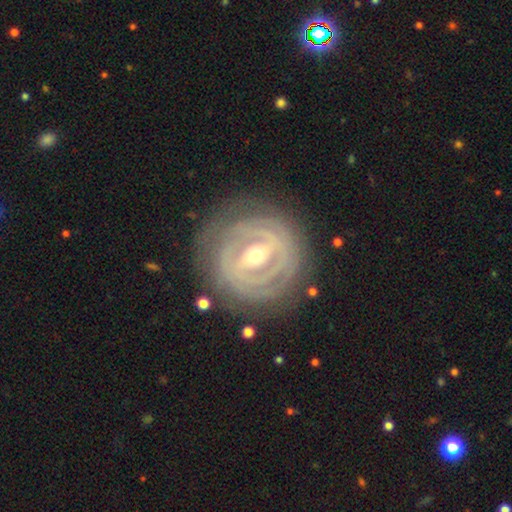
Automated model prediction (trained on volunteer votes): A featured or disk galaxy (87%) with a strong bar (53%), tight (82%) spiral arms (87%) and a small central bulge (52%). Merging: none (80%).